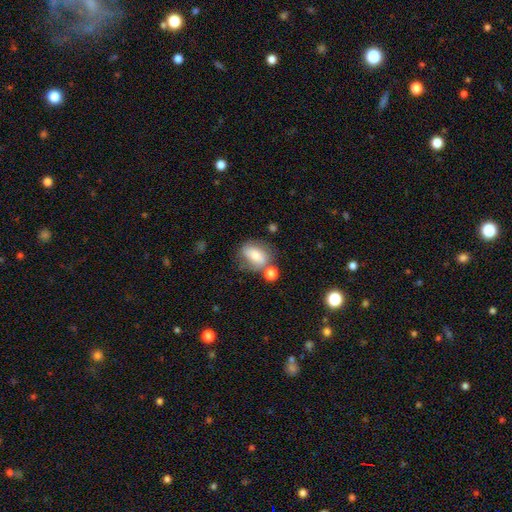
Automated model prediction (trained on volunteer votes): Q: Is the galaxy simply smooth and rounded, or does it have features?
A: smooth — 65%.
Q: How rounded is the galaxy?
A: in between — 72%.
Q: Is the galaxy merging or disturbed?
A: none — 55%.